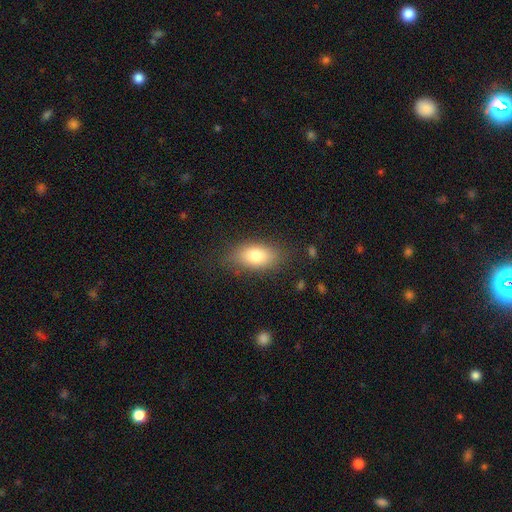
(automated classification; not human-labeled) A smooth galaxy with no disk features (80%) that is in between round and cigar-shaped (89%).

Vote fractions:
- Smooth or featured? smooth: 80% / featured or disk: 12% / star or artifact: 8%
- How rounded? in between: 89% / round: 6% / cigar-shaped: 5%
- Merging? none: 80% / minor disturbance: 14% / major disturbance: 5% / merger: 1%